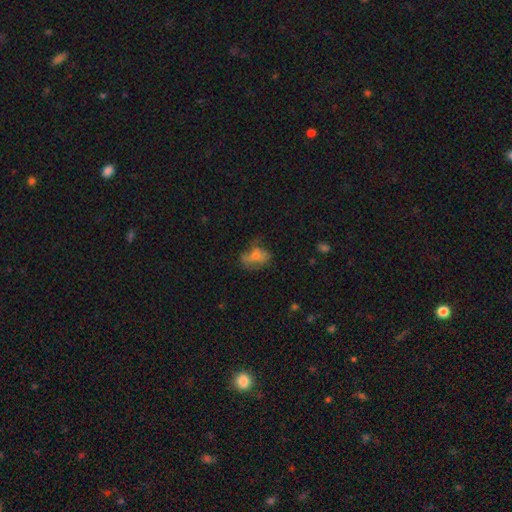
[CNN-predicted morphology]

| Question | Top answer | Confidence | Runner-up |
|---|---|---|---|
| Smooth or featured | smooth | 54% | featured or disk (34%) |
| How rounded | in between | 76% | round (22%) |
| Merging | none | 44% | minor disturbance (27%) |